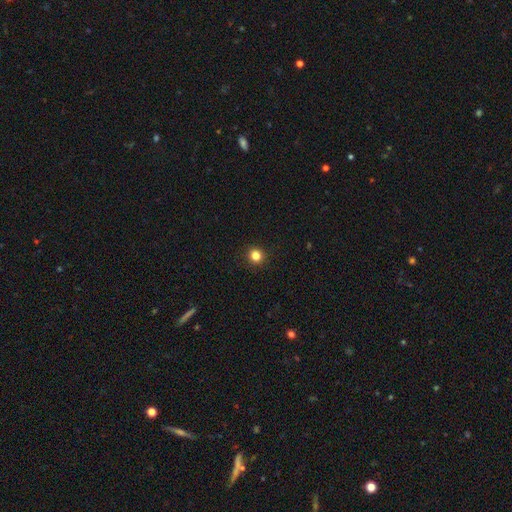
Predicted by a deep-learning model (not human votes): smooth-or-featured: smooth: 83% | star or artifact: 13% | featured or disk: 4%
  how-rounded: round: 93% | in between: 6% | cigar-shaped: 1%
  merging: none: 93% | minor disturbance: 5% | major disturbance: 2% | merger: 1%